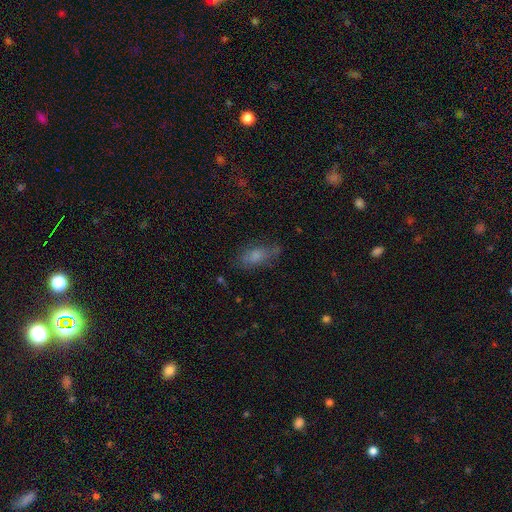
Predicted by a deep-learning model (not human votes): Morphology: type=smooth (68%); roundness=in between (81%); merging=none (61%).